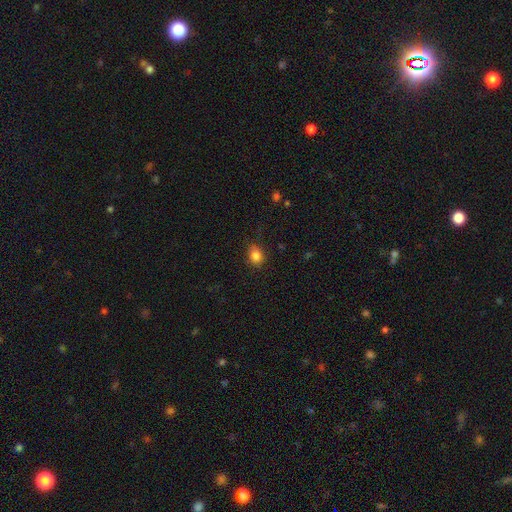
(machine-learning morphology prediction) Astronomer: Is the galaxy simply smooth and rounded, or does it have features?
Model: smooth — 84%.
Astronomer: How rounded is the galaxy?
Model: round — 51% (runner-up: in between, 48%).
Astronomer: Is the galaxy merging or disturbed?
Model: none — 80%.